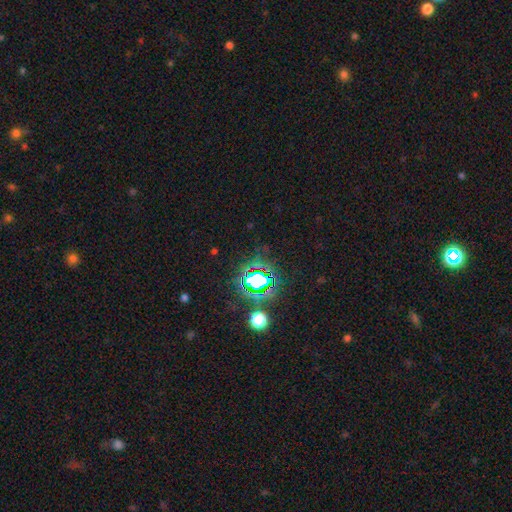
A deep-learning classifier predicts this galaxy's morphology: smooth_or_featured: star or artifact (p=0.77) [alt: smooth p=0.15]